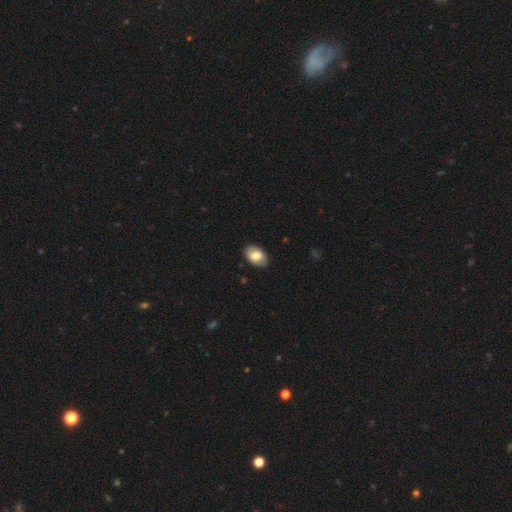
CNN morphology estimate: Overall: smooth (78%). How rounded: in between (89%). Merging: none (87%).